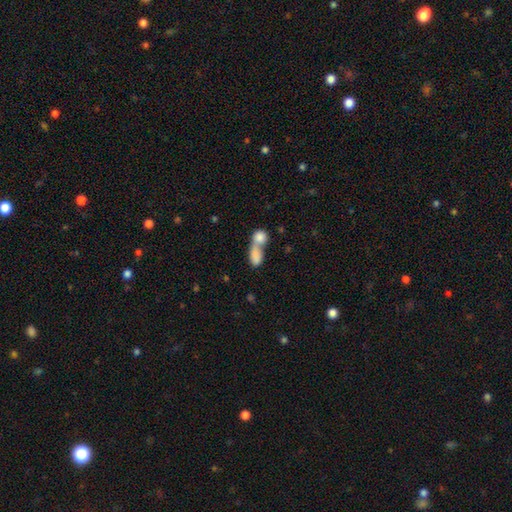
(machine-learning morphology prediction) smooth_or_featured: smooth (p=0.81) [alt: featured or disk p=0.11]
how_rounded: in between (p=0.72) [alt: round p=0.22]
merging: merger (p=0.75) [alt: none p=0.15]